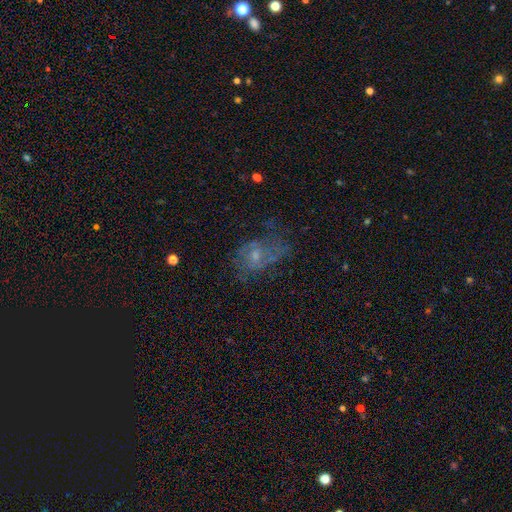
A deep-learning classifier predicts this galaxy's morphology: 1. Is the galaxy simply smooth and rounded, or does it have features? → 57% featured or disk, 30% smooth, 13% star or artifact.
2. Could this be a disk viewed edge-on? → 96% no, 4% yes.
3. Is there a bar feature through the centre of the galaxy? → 73% no, 24% weak, 3% strong.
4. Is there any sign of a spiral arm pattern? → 54% yes, 46% no.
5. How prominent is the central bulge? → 49% small, 38% moderate, 9% none, 3% large, 1% dominant.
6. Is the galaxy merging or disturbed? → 39% none, 34% major disturbance, 24% minor disturbance, 3% merger.